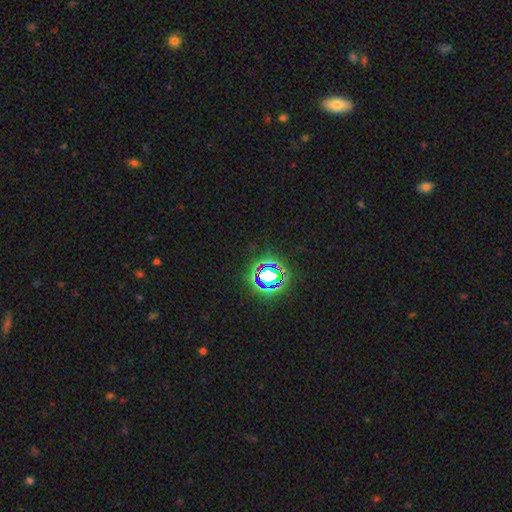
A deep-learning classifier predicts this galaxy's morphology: smooth_or_featured: star or artifact (p=0.80) [alt: smooth p=0.14]